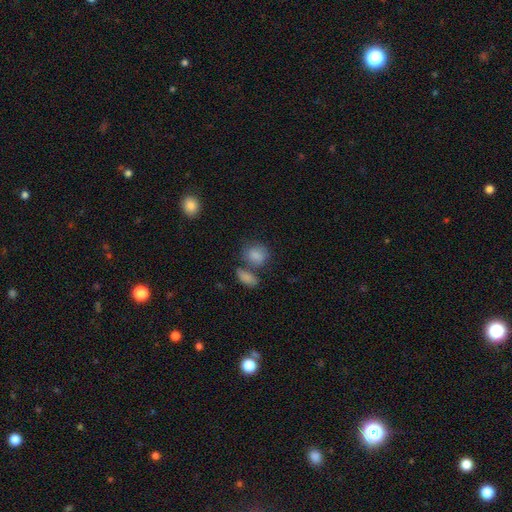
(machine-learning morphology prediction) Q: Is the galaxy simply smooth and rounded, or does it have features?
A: smooth — 77%.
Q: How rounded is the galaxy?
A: in between — 52%.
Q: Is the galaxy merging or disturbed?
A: none — 50%.